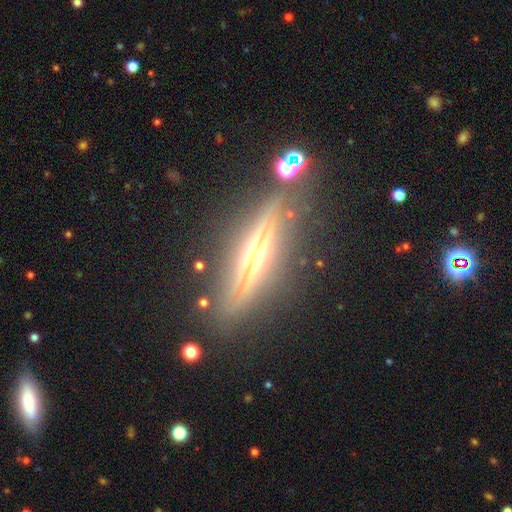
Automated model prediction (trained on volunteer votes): smooth-or-featured: featured or disk: 80% | smooth: 10% | star or artifact: 10%
  disk-edge-on: yes: 94% | no: 6%
    edge-on-bulge: rounded: 69% | none: 19% | boxy: 12%
  merging: none: 82% | minor disturbance: 11% | major disturbance: 4% | merger: 3%